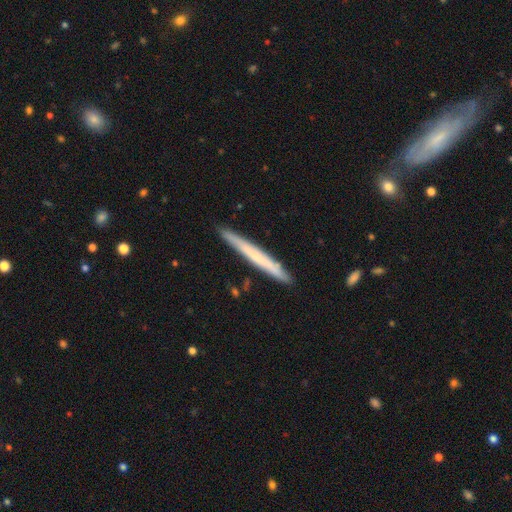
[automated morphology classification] Smooth or featured?
  - smooth: 54% *
  - featured or disk: 40%
  - star or artifact: 6%
How rounded?
  - cigar-shaped: 97% *
  - in between: 2%
  - round: 1%
Merging?
  - none: 89% *
  - minor disturbance: 8%
  - merger: 2%
  - major disturbance: 1%